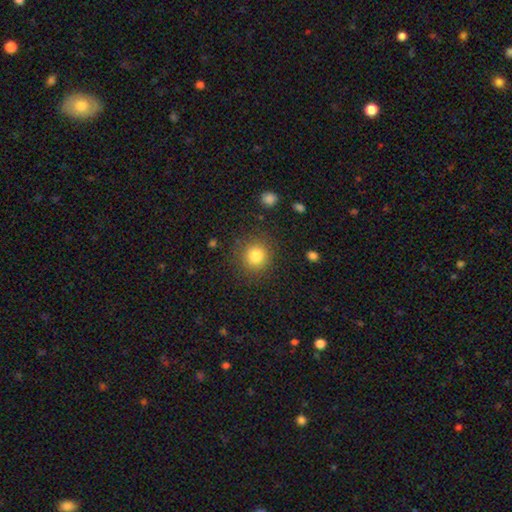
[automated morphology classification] smooth_or_featured: smooth (p=0.82) [alt: star or artifact p=0.11]
how_rounded: round (p=0.90) [alt: in between p=0.09]
merging: none (p=0.86) [alt: minor disturbance p=0.09]